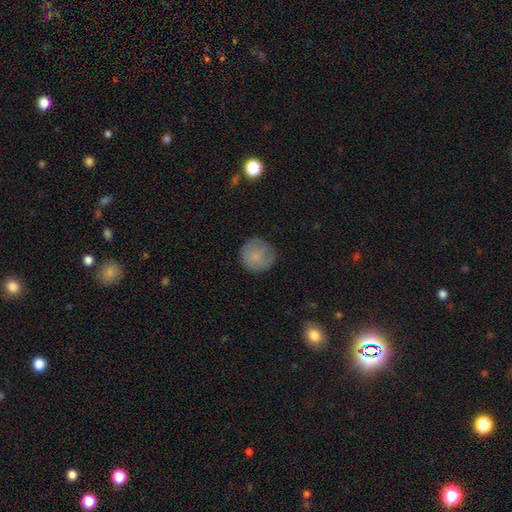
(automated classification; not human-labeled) A smooth galaxy with no disk features (78%) that is round (93%). Merging: none (75%).